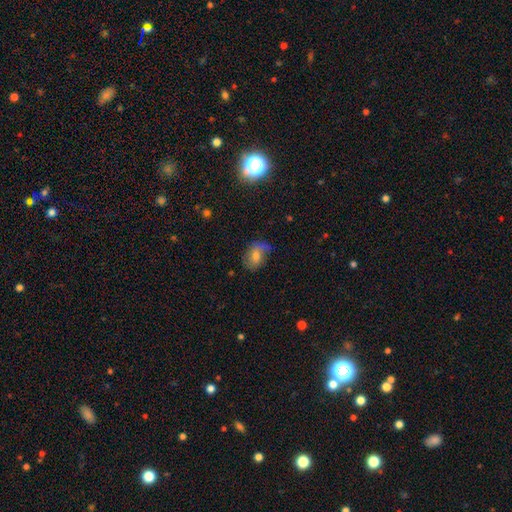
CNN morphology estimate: This is possibly a smooth galaxy (56%). How rounded: likely in between (78%). Merging: possibly none (50%).